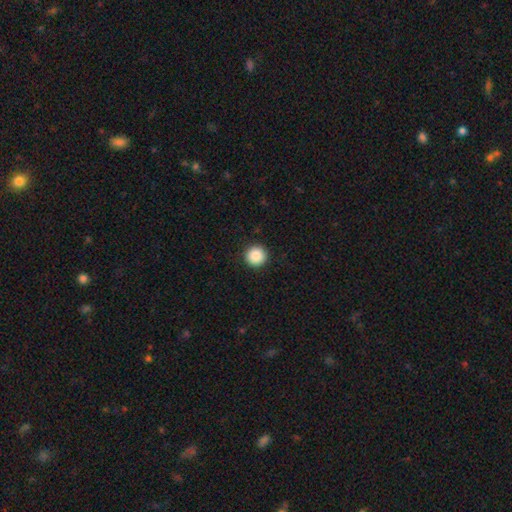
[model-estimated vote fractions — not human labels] Smooth or featured? smooth (89%)
How rounded? round (96%)
Merging? none (93%)